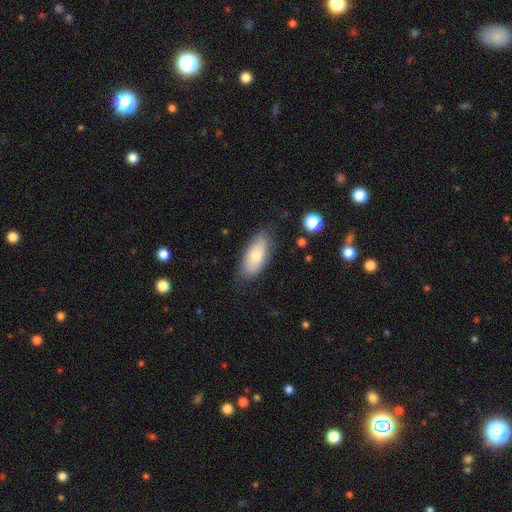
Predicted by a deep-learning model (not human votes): Q: Smooth or featured?
A: smooth (68%); runner-up: featured or disk (25%)
Q: How rounded?
A: in between (88%); runner-up: cigar-shaped (10%)
Q: Merging?
A: none (70%); runner-up: minor disturbance (22%)